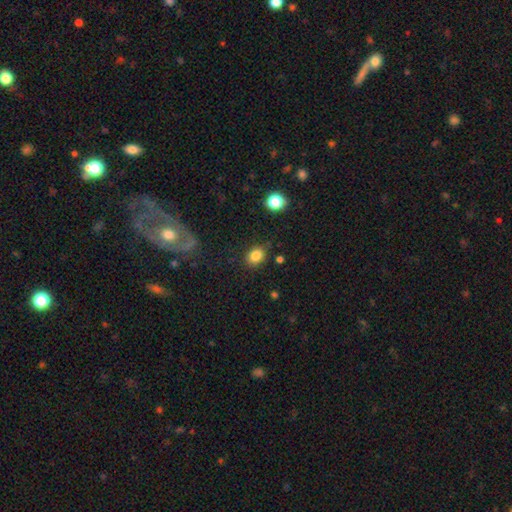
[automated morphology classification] Overall: smooth (84%). How rounded: in between (52%; round 47%). Merging: none (80%).